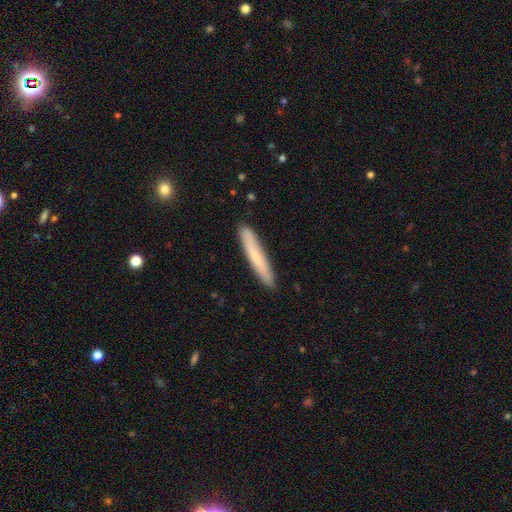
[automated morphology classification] A smooth galaxy with no disk features (65%) that is cigar-shaped (95%).

Vote fractions:
- Smooth or featured? smooth: 65% / featured or disk: 29% / star or artifact: 6%
- How rounded? cigar-shaped: 95% / in between: 4% / round: 1%
- Merging? none: 89% / minor disturbance: 8% / major disturbance: 1% / merger: 1%